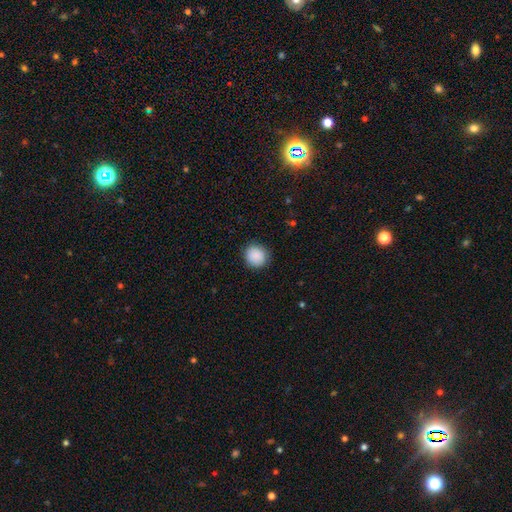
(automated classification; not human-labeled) A smooth galaxy with no disk features (89%) that is round (88%). Merging: none (89%).